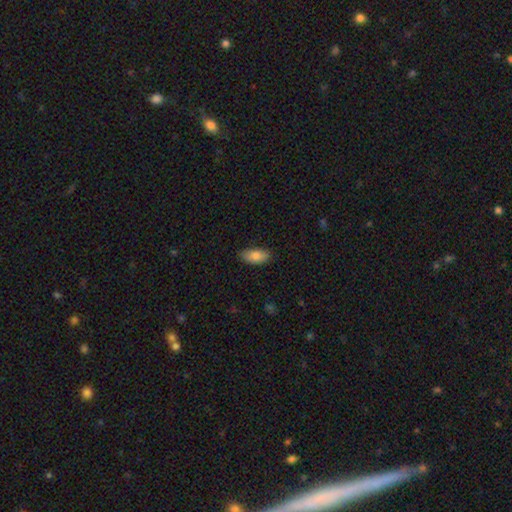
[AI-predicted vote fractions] Smooth or featured?
  - smooth: 83% *
  - featured or disk: 10%
  - star or artifact: 7%
How rounded?
  - in between: 91% *
  - cigar-shaped: 6%
  - round: 3%
Merging?
  - none: 83% *
  - minor disturbance: 14%
  - major disturbance: 2%
  - merger: 1%